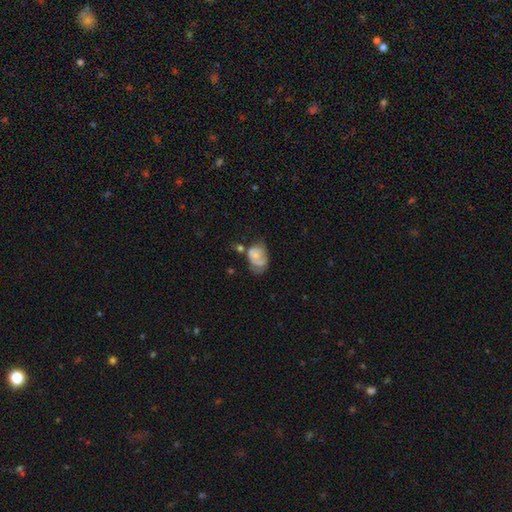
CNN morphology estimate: smooth_or_featured: featured or disk (p=0.51) [alt: smooth p=0.41]
disk_edge_on: no (p=0.97) [alt: yes p=0.03]
merging: none (p=0.31) [alt: minor disturbance p=0.30]